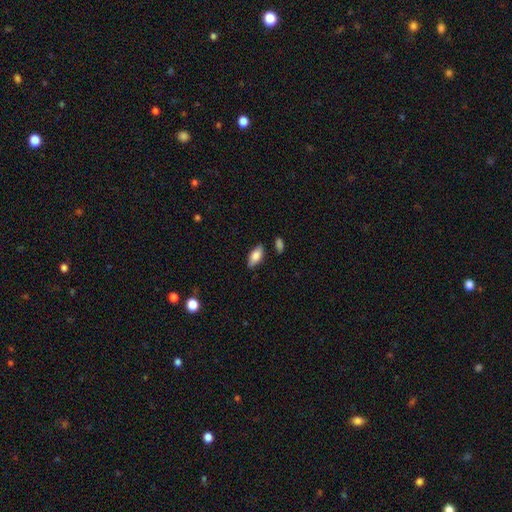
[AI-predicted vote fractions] This is likely a smooth galaxy (80%). How rounded: clearly in between (87%). Merging: clearly none (84%).